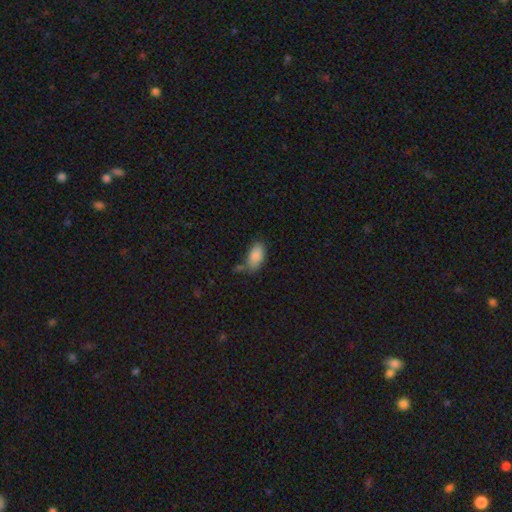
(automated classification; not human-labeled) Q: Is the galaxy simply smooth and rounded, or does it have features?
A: smooth — 87%.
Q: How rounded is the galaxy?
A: in between — 93%.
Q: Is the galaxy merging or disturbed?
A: none — 58%.